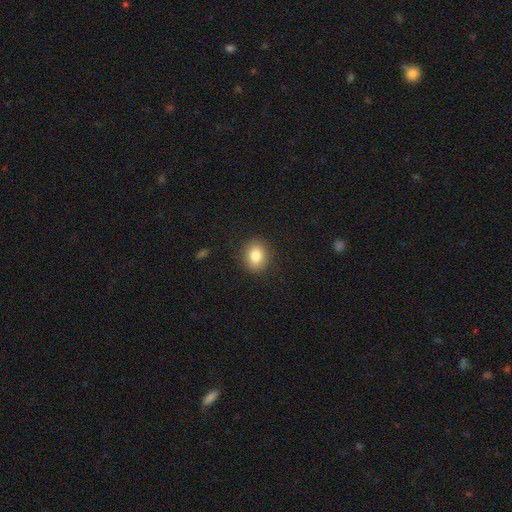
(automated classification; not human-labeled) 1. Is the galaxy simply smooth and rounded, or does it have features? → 84% smooth, 9% star or artifact, 7% featured or disk.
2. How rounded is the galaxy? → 53% round, 46% in between, 1% cigar-shaped.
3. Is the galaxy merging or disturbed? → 89% none, 8% minor disturbance, 2% major disturbance, 1% merger.